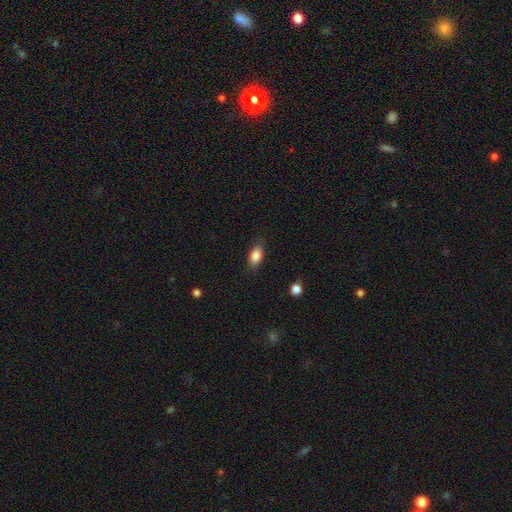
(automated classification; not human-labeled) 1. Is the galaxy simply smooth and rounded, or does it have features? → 85% smooth, 8% star or artifact, 7% featured or disk.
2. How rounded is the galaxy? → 87% in between, 7% round, 6% cigar-shaped.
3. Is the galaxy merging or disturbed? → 82% none, 14% minor disturbance, 3% major disturbance, 1% merger.